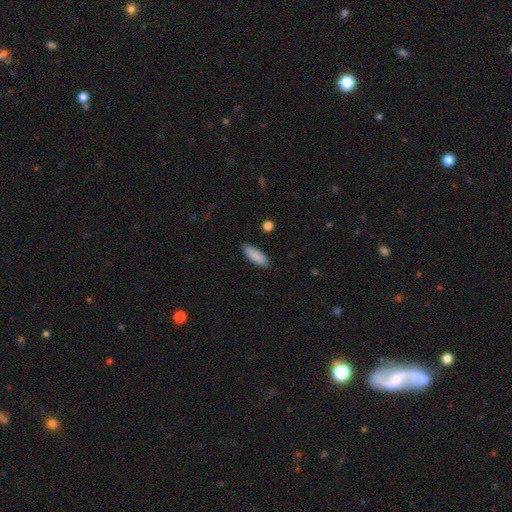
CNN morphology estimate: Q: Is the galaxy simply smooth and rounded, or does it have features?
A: smooth — 88%.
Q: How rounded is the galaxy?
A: in between — 62%.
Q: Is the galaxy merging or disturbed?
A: none — 87%.